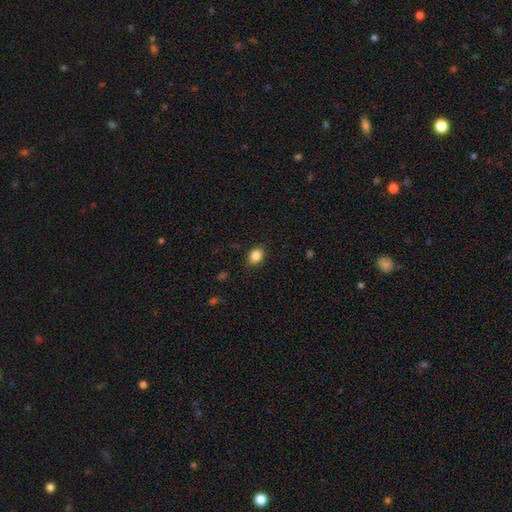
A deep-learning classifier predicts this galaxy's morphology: A smooth galaxy with no disk features (86%) that is in between round and cigar-shaped (66%). Merging: none (86%).